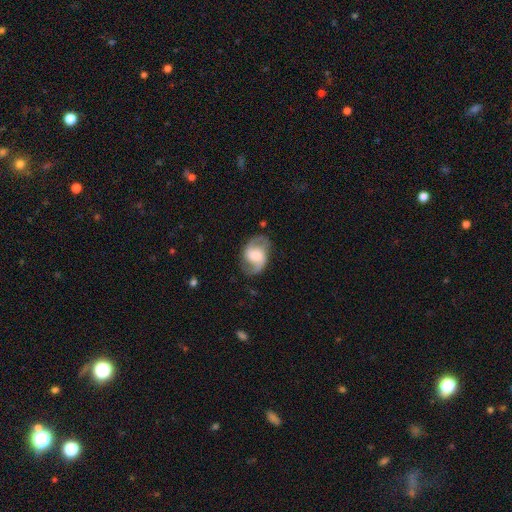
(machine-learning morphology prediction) smooth-or-featured: featured or disk: 79% | smooth: 15% | star or artifact: 6%
  disk-edge-on: no: 97% | yes: 3%
    bar: no: 43% | weak: 42% | strong: 15%
    has-spiral-arms: yes: 94% | no: 6%
      spiral-winding: medium: 46% | loose: 39% | tight: 14%
      spiral-arm-count: 2: 91% | can't tell: 3% | 1: 2% | 3: 1% | 4: 1% | more than 4: 1%
    bulge-size: moderate: 45% | small: 32% | large: 15% | none: 6% | dominant: 2%
  merging: none: 77% | minor disturbance: 15% | major disturbance: 7% | merger: 1%